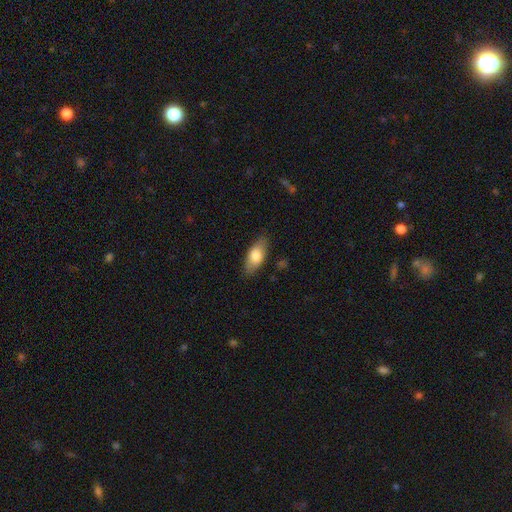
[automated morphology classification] A smooth galaxy with no disk features (76%) that is in between round and cigar-shaped (83%).

Vote fractions:
- Smooth or featured? smooth: 76% / featured or disk: 18% / star or artifact: 6%
- How rounded? in between: 83% / cigar-shaped: 15% / round: 3%
- Merging? none: 83% / minor disturbance: 13% / major disturbance: 3% / merger: 1%